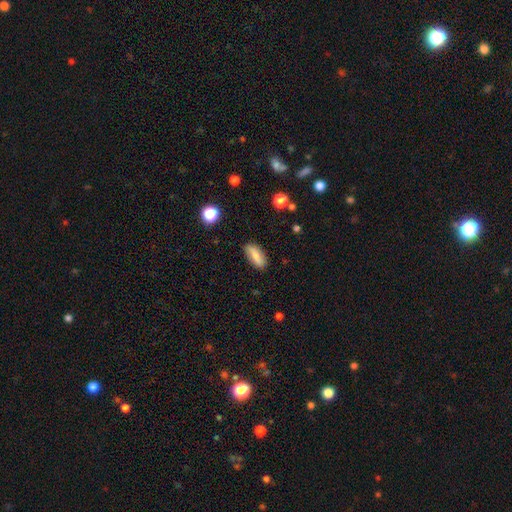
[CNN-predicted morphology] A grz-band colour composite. It shows a smooth galaxy with no disk features (74%) that is in between round and cigar-shaped (65%). Merging: none (84%).